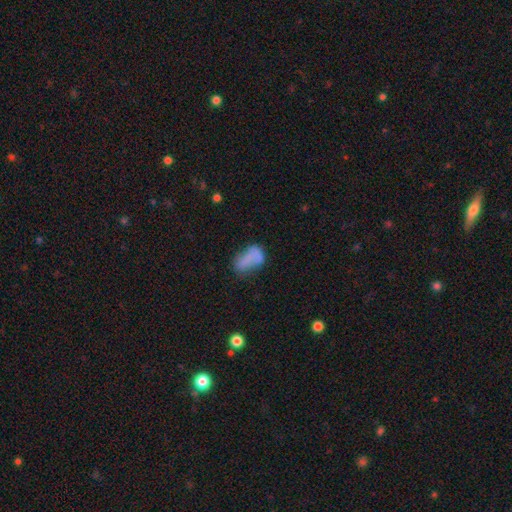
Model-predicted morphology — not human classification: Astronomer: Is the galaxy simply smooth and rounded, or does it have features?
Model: smooth — 65%.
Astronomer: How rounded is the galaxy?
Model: in between — 87%.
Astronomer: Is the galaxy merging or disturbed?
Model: none — 38% (runner-up: minor disturbance, 28%).